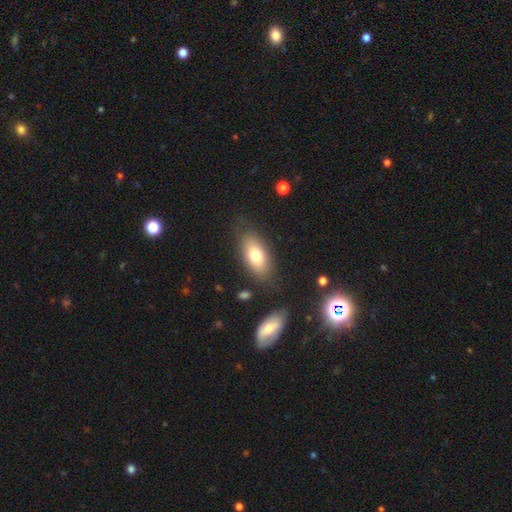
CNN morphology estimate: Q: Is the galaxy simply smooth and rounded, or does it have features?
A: smooth — 73%.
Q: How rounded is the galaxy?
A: in between — 88%.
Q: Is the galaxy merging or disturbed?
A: none — 78%.